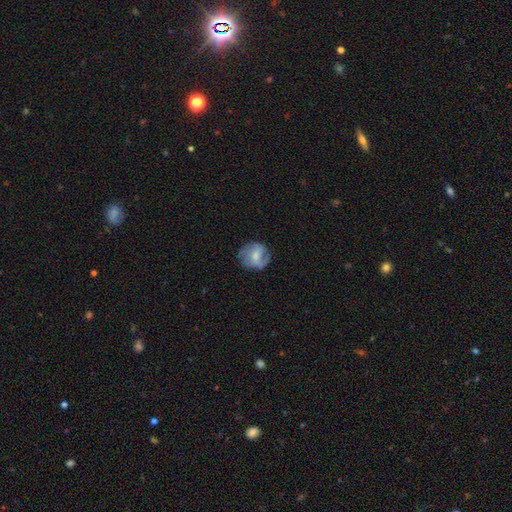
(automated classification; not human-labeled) A featured or disk galaxy (50%).

Vote fractions:
- Smooth or featured? featured or disk: 50% / smooth: 42% / star or artifact: 7%
- Edge-on disk? no: 97% / yes: 3%
- Merging? none: 72% / minor disturbance: 19% / major disturbance: 8% / merger: 1%